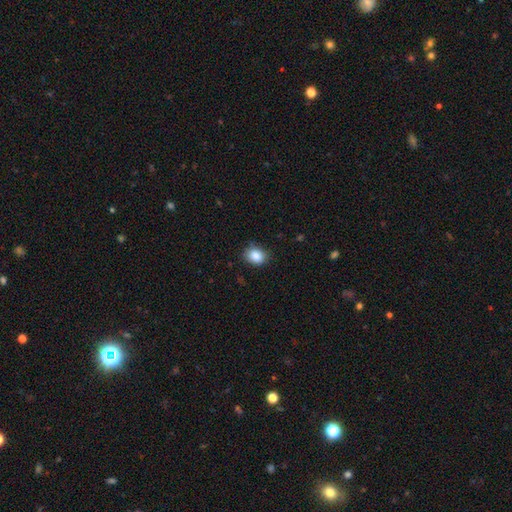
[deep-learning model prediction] smooth-or-featured: smooth: 86% | star or artifact: 9% | featured or disk: 5%
  how-rounded: in between: 50% | round: 49% | cigar-shaped: 1%
  merging: none: 81% | minor disturbance: 15% | major disturbance: 3% | merger: 1%